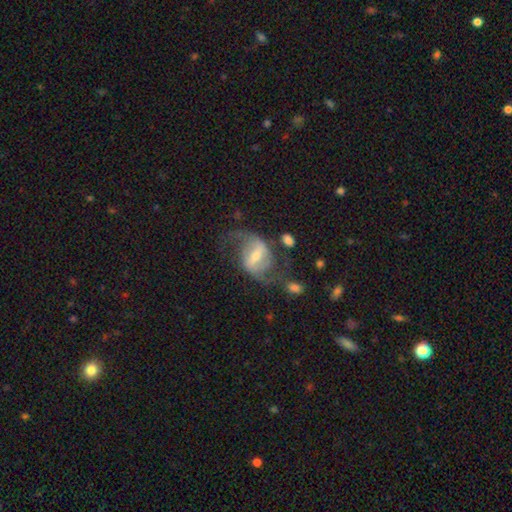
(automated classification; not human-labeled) smooth-or-featured: featured or disk: 83% | smooth: 11% | star or artifact: 6%
  disk-edge-on: no: 97% | yes: 3%
    bar: strong: 53% | weak: 38% | no: 9%
    has-spiral-arms: yes: 93% | no: 7%
      spiral-winding: loose: 49% | medium: 41% | tight: 10%
      spiral-arm-count: 2: 90% | can't tell: 4% | 1: 3% | 3: 1% | 4: 1% | more than 4: 1%
    bulge-size: moderate: 44% | small: 41% | large: 7% | none: 6% | dominant: 2%
  merging: none: 58% | major disturbance: 19% | minor disturbance: 18% | merger: 5%